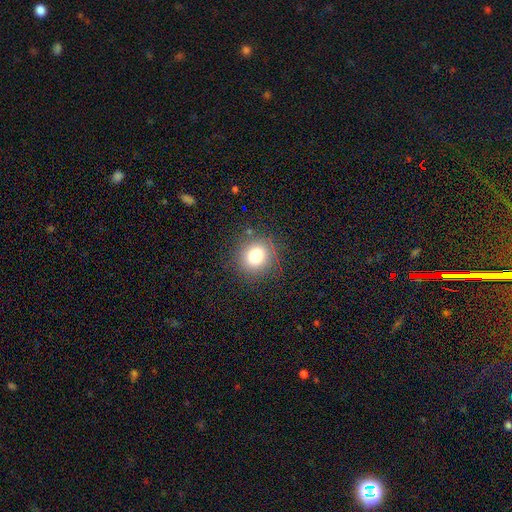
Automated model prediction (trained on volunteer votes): A smooth galaxy with no disk features (77%) that is round (87%).

Vote fractions:
- Smooth or featured? smooth: 77% / star or artifact: 14% / featured or disk: 9%
- How rounded? round: 87% / in between: 13% / cigar-shaped: 1%
- Merging? none: 86% / minor disturbance: 9% / major disturbance: 4% / merger: 2%